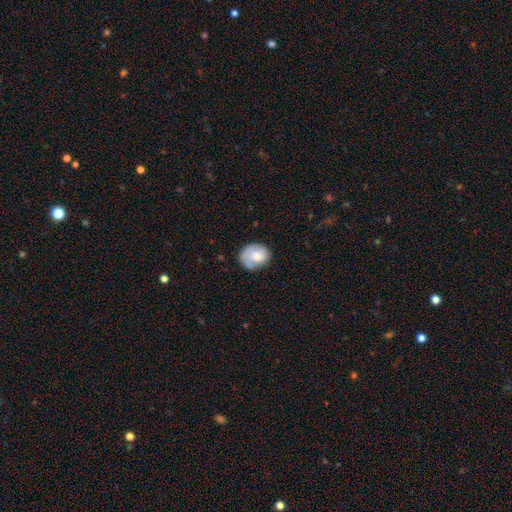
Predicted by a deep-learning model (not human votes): Smooth or featured? Predicted: smooth (p=0.69). How rounded? Predicted: round (p=0.59). Merging? Predicted: none (p=0.63).